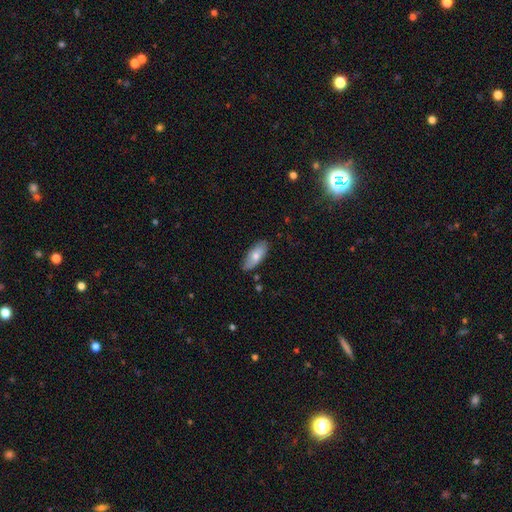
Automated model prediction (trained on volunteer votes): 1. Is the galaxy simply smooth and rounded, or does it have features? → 68% smooth, 25% featured or disk, 6% star or artifact.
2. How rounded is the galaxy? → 81% in between, 17% cigar-shaped, 2% round.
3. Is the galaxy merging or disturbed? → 80% none, 16% minor disturbance, 2% major disturbance, 2% merger.